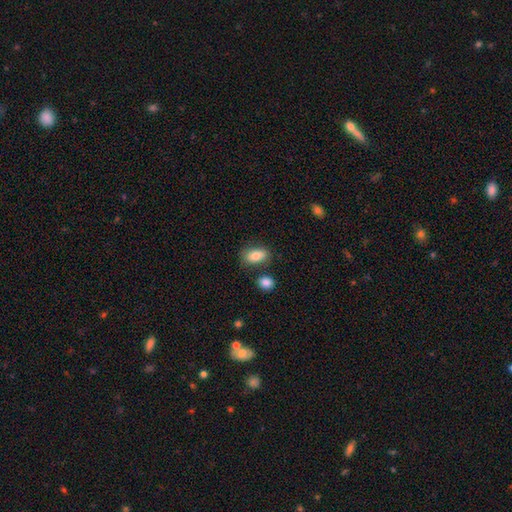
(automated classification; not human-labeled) The model was most divided on "merging": none: 71%, minor disturbance: 15%, merger: 10%, major disturbance: 4%. More confident: how rounded — in between (88%); smooth or featured — smooth (85%).